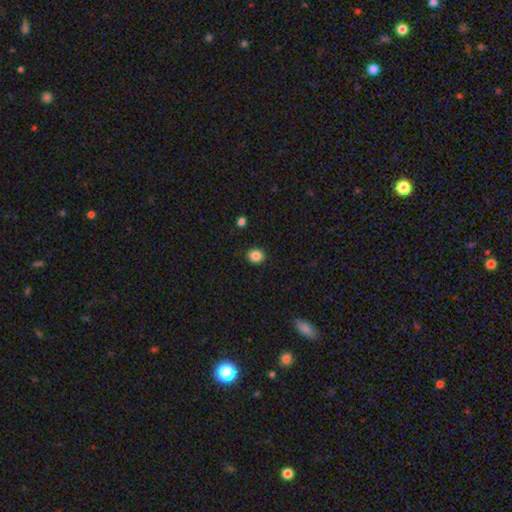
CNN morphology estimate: A smooth galaxy with no disk features (86%) that is round (70%).

Vote fractions:
- Smooth or featured? smooth: 86% / star or artifact: 10% / featured or disk: 4%
- How rounded? round: 70% / in between: 29% / cigar-shaped: 1%
- Merging? none: 91% / minor disturbance: 6% / major disturbance: 2% / merger: 1%